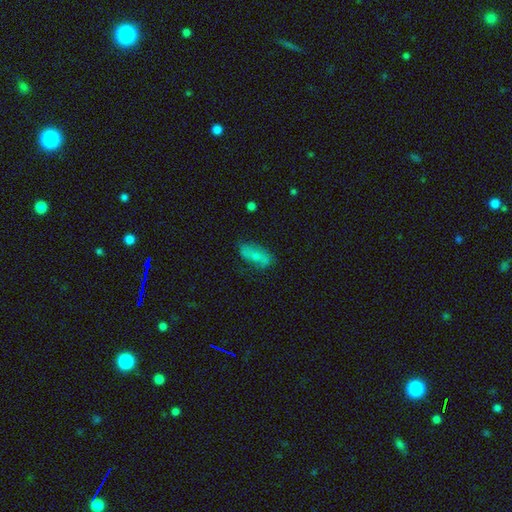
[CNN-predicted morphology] smooth_or_featured: smooth (p=0.55) [alt: featured or disk p=0.36]
how_rounded: in between (p=0.82) [alt: cigar-shaped p=0.14]
merging: none (p=0.68) [alt: minor disturbance p=0.22]